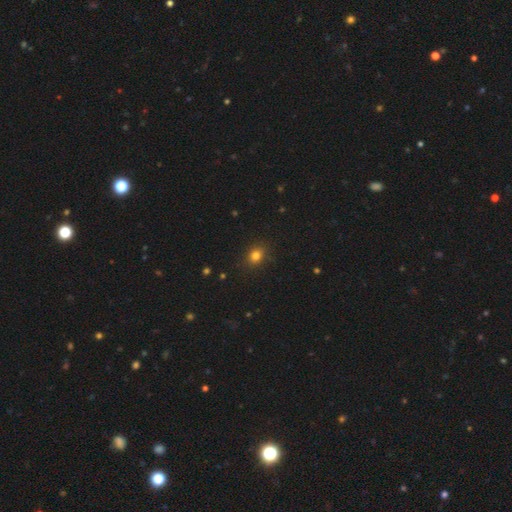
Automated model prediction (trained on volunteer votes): Q: Smooth or featured?
A: smooth (80%); runner-up: star or artifact (14%)
Q: How rounded?
A: round (56%); runner-up: in between (43%)
Q: Merging?
A: none (87%); runner-up: minor disturbance (9%)